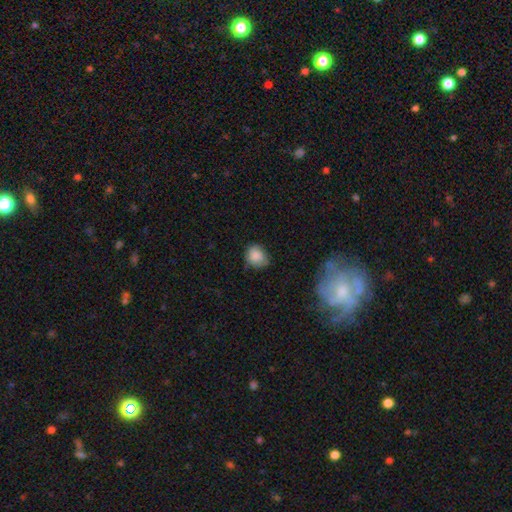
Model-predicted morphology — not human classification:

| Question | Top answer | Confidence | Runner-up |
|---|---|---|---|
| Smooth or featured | smooth | 85% | star or artifact (8%) |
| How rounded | round | 70% | in between (30%) |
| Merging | none | 66% | minor disturbance (27%) |